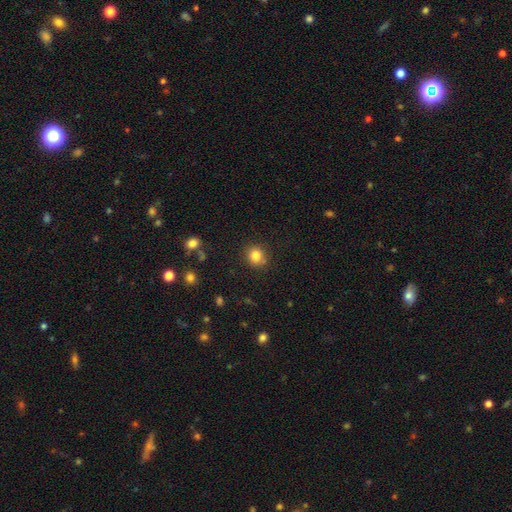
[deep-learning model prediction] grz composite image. It shows a smooth galaxy with no disk features (83%) that is round (82%). Merging: none (84%).